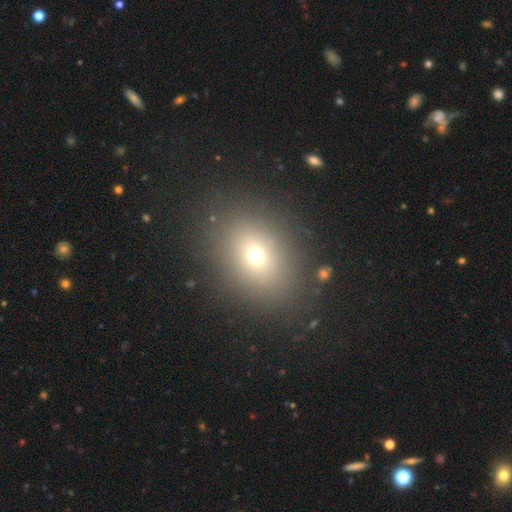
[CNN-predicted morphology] smooth 67%, star or artifact 20%, featured or disk 13%. Down the decision tree: how rounded — in between (55%); merging — none (85%).